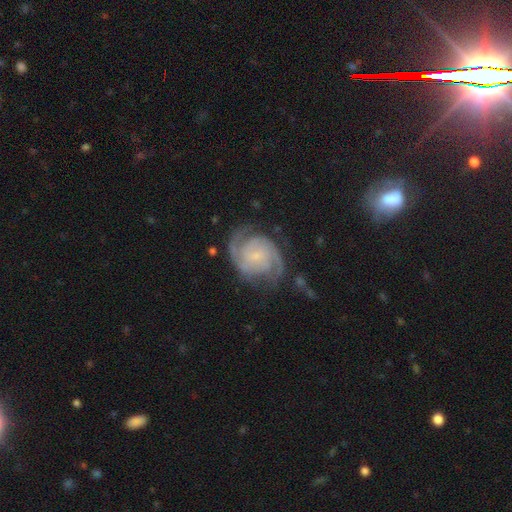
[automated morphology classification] smooth-or-featured: featured or disk: 88% | smooth: 6% | star or artifact: 5%
  disk-edge-on: no: 98% | yes: 2%
    bar: no: 62% | weak: 31% | strong: 7%
    has-spiral-arms: yes: 98% | no: 2%
      spiral-winding: tight: 46% | medium: 43% | loose: 11%
      spiral-arm-count: 2: 74% | 3: 9% | can't tell: 8% | 4: 3% | 1: 3% | more than 4: 3%
    bulge-size: small: 72% | moderate: 13% | none: 12% | large: 2% | dominant: 1%
  merging: none: 71% | minor disturbance: 17% | major disturbance: 9% | merger: 2%